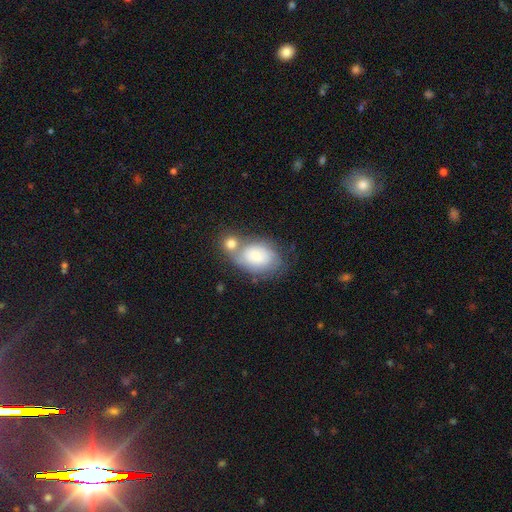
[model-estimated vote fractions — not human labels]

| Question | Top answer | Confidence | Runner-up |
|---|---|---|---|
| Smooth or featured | smooth | 60% | featured or disk (31%) |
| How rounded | in between | 81% | round (17%) |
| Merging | none | 40% | merger (32%) |